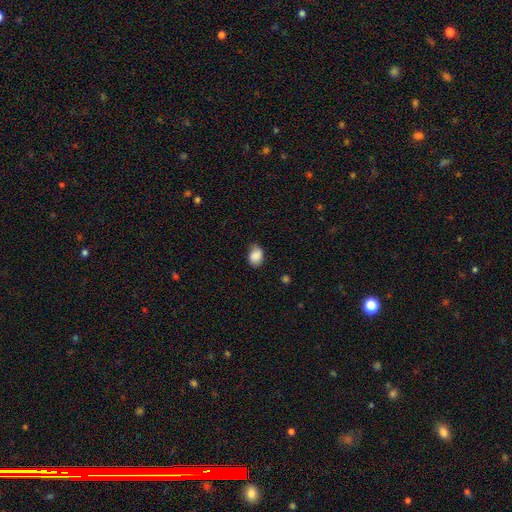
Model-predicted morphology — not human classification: smooth 88%, star or artifact 8%, featured or disk 5%. Down the decision tree: how rounded — in between (75%); merging — none (72%).